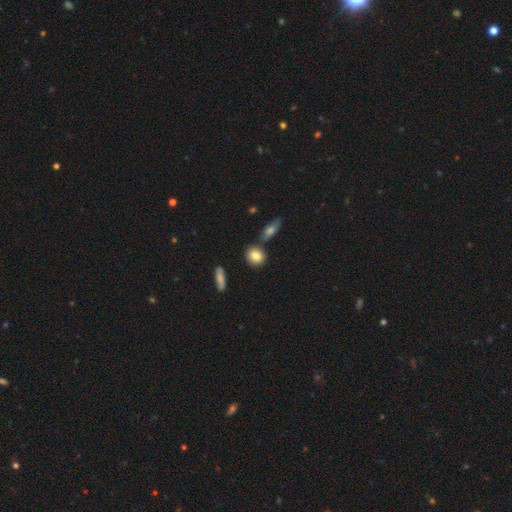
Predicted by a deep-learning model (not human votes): A smooth galaxy with no disk features (83%) that is round (64%). Merging: none (74%).